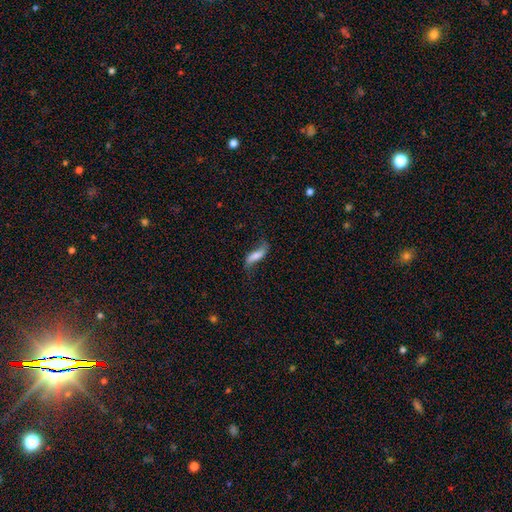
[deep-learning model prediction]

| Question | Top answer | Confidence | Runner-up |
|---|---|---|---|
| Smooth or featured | featured or disk | 48% | smooth (44%) |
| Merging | none | 60% | minor disturbance (24%) |